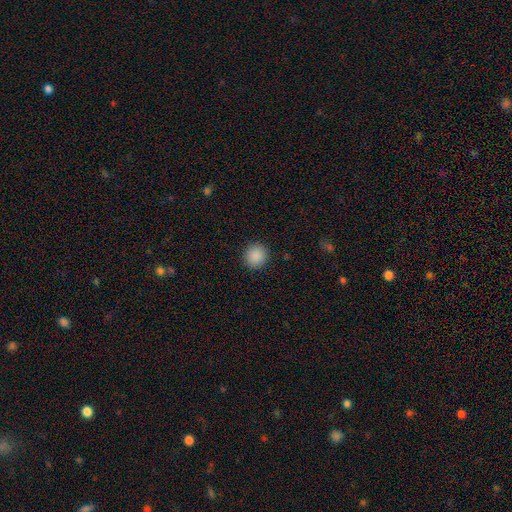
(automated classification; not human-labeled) Smooth or featured: smooth — 89% (star or artifact — 8%)
How rounded: round — 93% (in between — 7%)
Merging: none — 92% (minor disturbance — 5%)